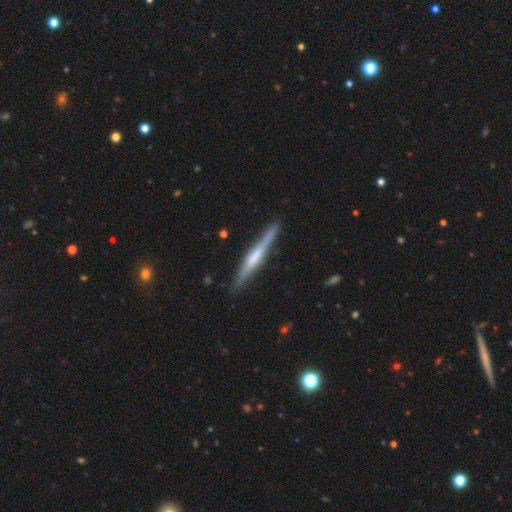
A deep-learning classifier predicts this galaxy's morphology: A featured or disk galaxy (62%) viewed edge-on (97%) with a rounded central bulge (38%). Merging: none (86%).